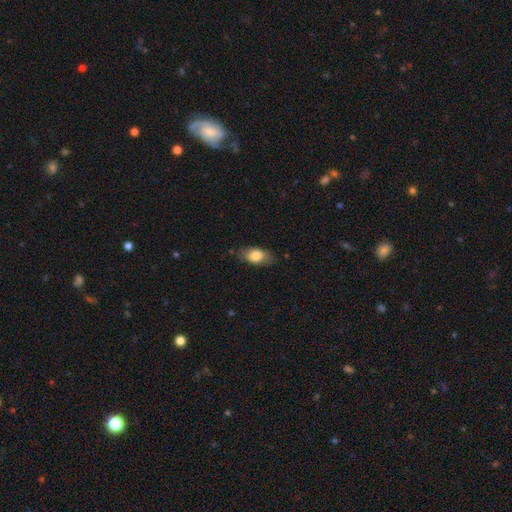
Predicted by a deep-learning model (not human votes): Smooth or featured: smooth — 79% (featured or disk — 15%)
How rounded: in between — 88% (round — 6%)
Merging: none — 77% (minor disturbance — 18%)